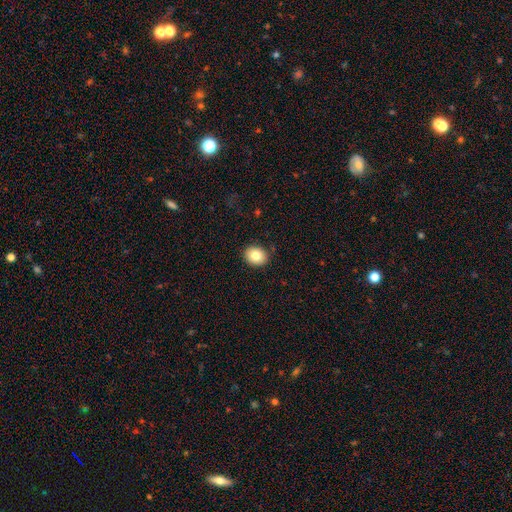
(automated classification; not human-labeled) Q: Smooth or featured?
A: smooth (80%); runner-up: featured or disk (11%)
Q: How rounded?
A: round (59%); runner-up: in between (41%)
Q: Merging?
A: none (88%); runner-up: minor disturbance (8%)